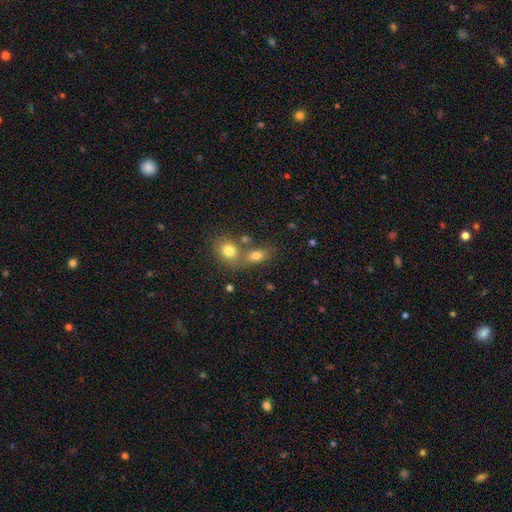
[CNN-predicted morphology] A smooth galaxy with no disk features (71%) that is in between round and cigar-shaped (62%). Merging: merger (49%).